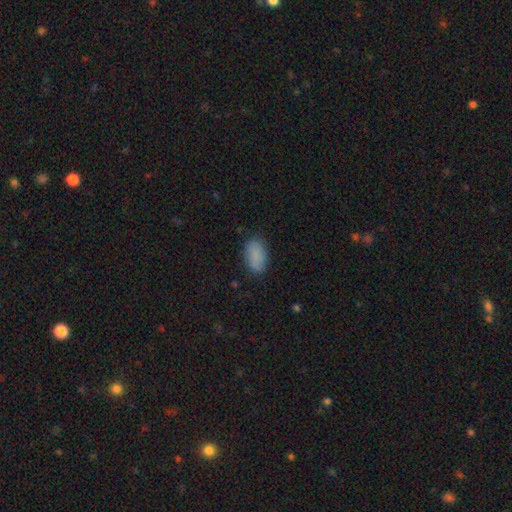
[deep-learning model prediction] Q: Smooth or featured?
A: smooth (87%); runner-up: star or artifact (8%)
Q: How rounded?
A: in between (93%); runner-up: round (5%)
Q: Merging?
A: none (81%); runner-up: minor disturbance (15%)